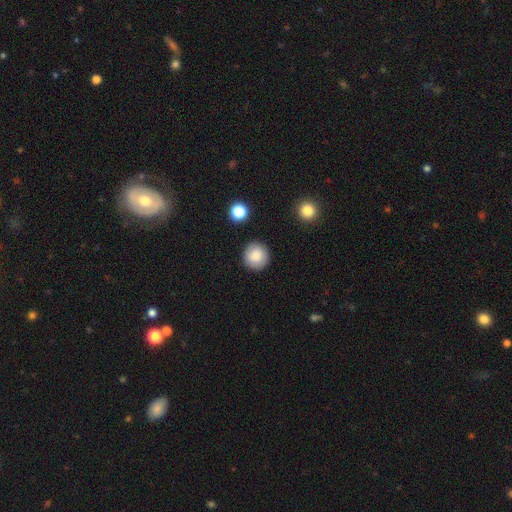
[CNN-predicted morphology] Overall: smooth (85%). How rounded: round (94%). Merging: none (89%).